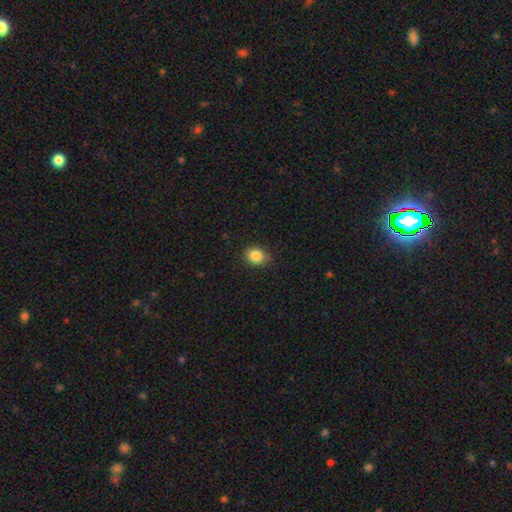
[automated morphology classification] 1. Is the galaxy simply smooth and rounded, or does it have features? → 85% smooth, 10% star or artifact, 5% featured or disk.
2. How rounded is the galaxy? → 72% round, 27% in between, 1% cigar-shaped.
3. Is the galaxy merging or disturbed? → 84% none, 13% minor disturbance, 2% major disturbance, 1% merger.